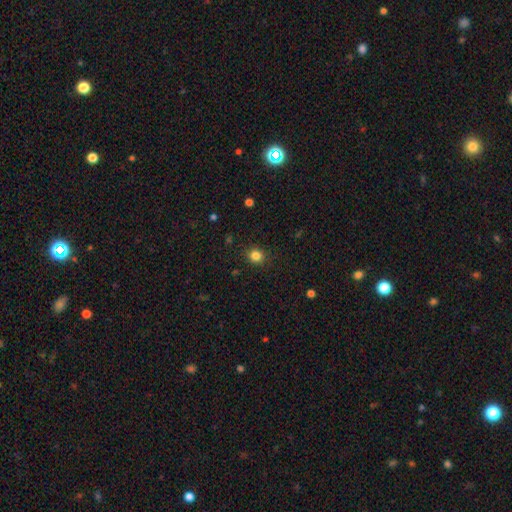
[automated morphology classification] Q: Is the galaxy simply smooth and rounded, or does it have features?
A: smooth — 83%.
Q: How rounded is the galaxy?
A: round — 80%.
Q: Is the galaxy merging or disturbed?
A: none — 89%.